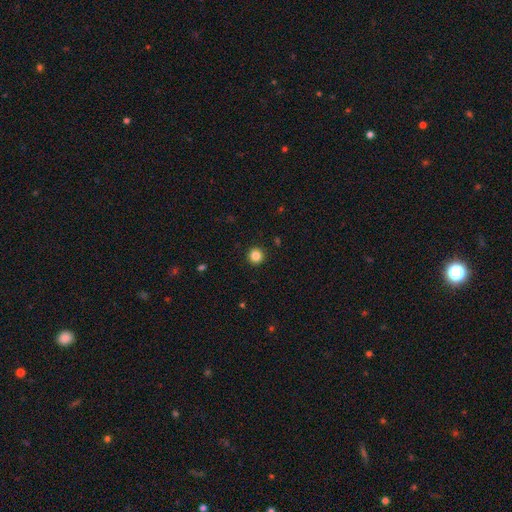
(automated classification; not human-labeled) smooth 85%, star or artifact 11%, featured or disk 4%. Down the decision tree: how rounded — round (96%); merging — none (93%).